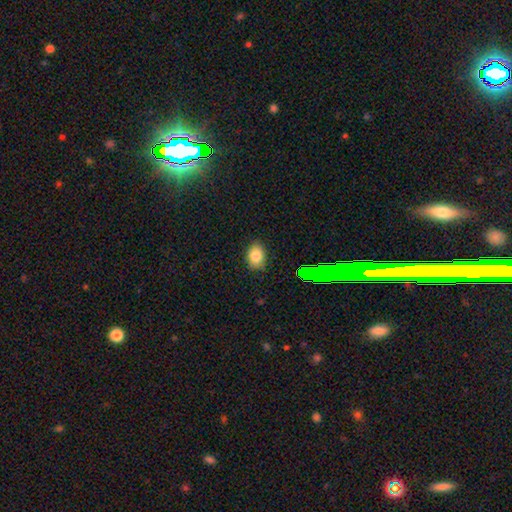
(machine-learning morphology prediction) smooth 79%, star or artifact 12%, featured or disk 9%. Down the decision tree: how rounded — in between (77%); merging — none (84%).